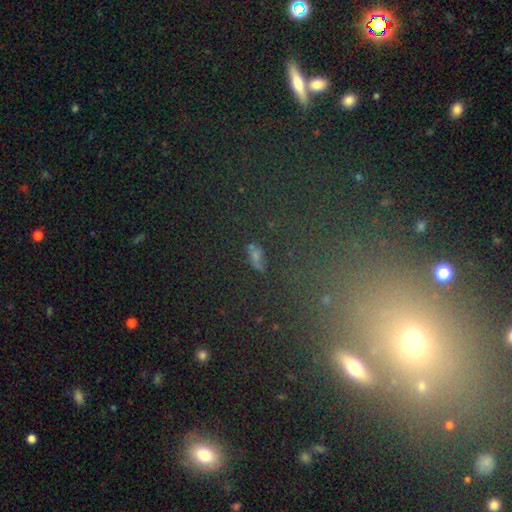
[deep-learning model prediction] Smooth or featured: smooth — 46% (star or artifact — 37%)
Merging: none — 64% (minor disturbance — 19%)